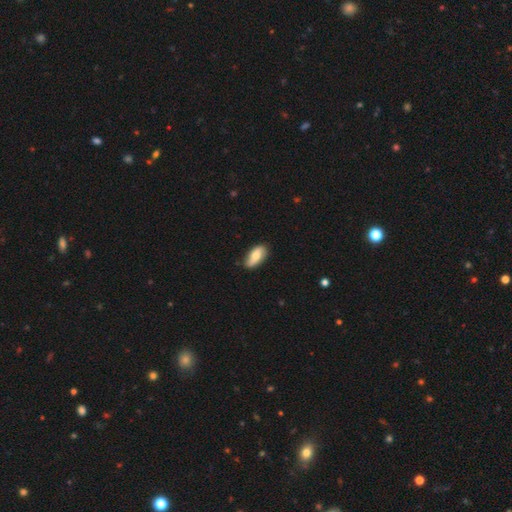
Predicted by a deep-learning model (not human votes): Q: Smooth or featured?
A: smooth (68%); runner-up: featured or disk (26%)
Q: How rounded?
A: in between (89%); runner-up: cigar-shaped (8%)
Q: Merging?
A: none (76%); runner-up: minor disturbance (19%)